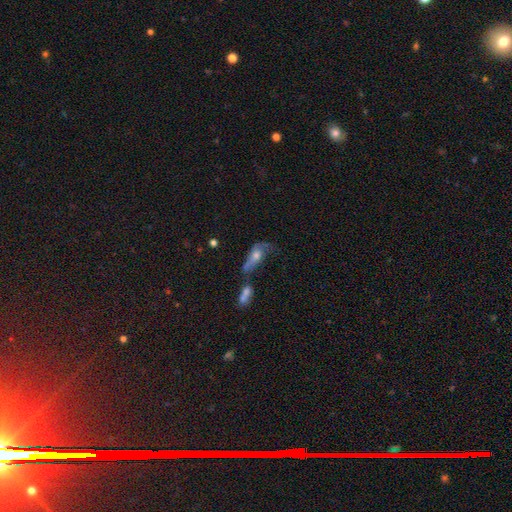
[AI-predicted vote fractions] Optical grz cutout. It shows a featured or disk galaxy (52%). Merging: major disturbance (30%).